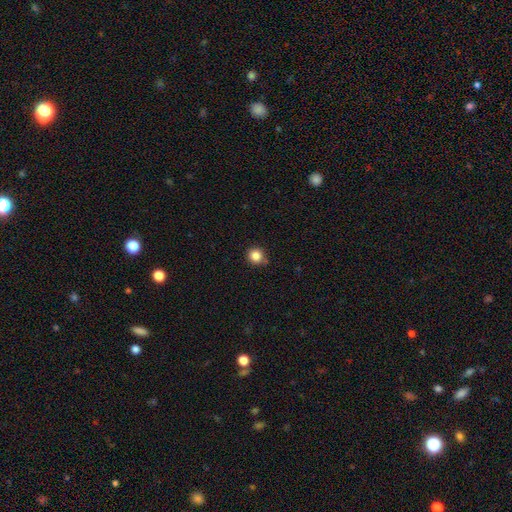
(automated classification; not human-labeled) A smooth galaxy with no disk features (85%) that is round (94%). Merging: none (83%).